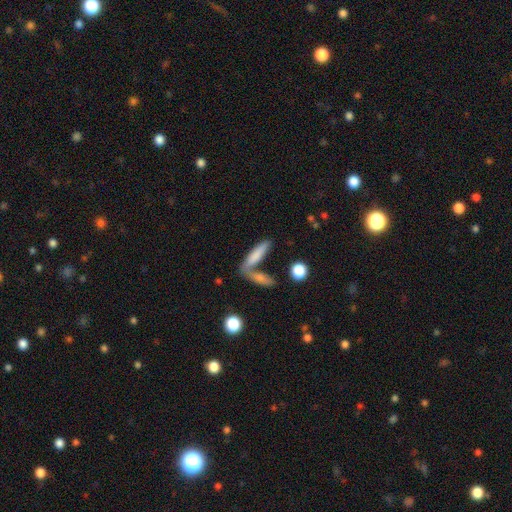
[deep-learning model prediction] A smooth galaxy with no disk features (74%) that is cigar-shaped (69%). Merging: merger (43%).